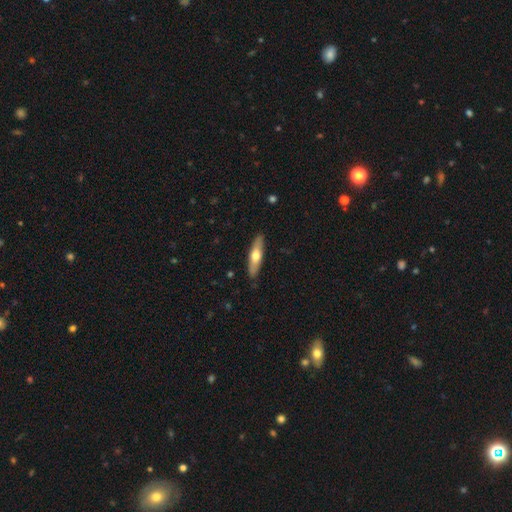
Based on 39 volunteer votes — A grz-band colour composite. It shows a smooth galaxy with no disk features (64%) that is cigar-shaped (72%). Merging: none (69%).